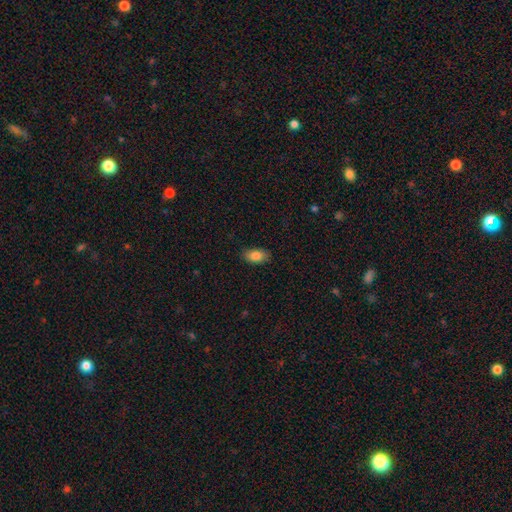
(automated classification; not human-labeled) Overall: smooth (85%). How rounded: in between (92%). Merging: none (86%).